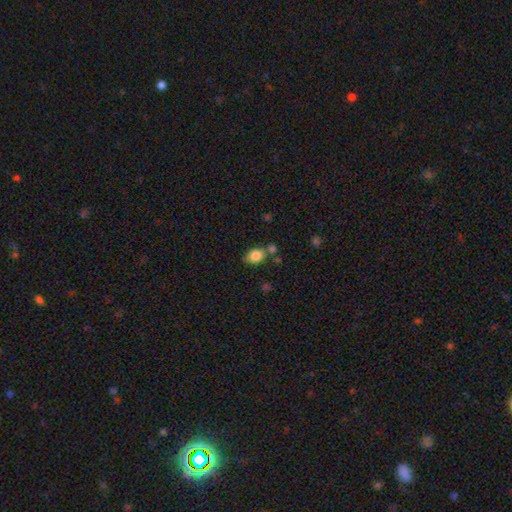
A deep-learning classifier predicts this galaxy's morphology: Smooth or featured? smooth (85%)
How rounded? in between (71%)
Merging? none (63%)